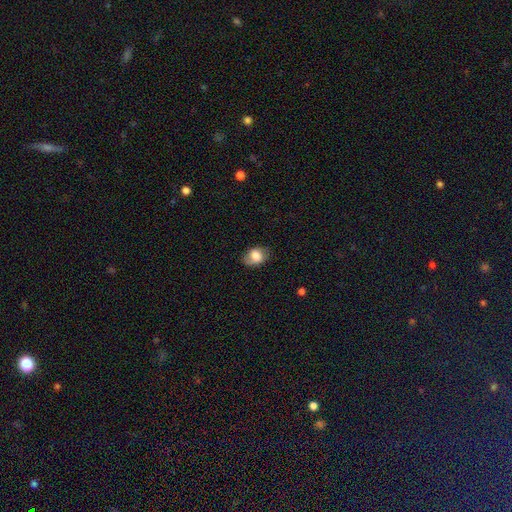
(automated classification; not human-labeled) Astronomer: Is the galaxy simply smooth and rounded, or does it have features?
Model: smooth — 75%.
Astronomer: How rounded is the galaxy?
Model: in between — 73%.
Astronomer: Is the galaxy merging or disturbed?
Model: none — 73%.